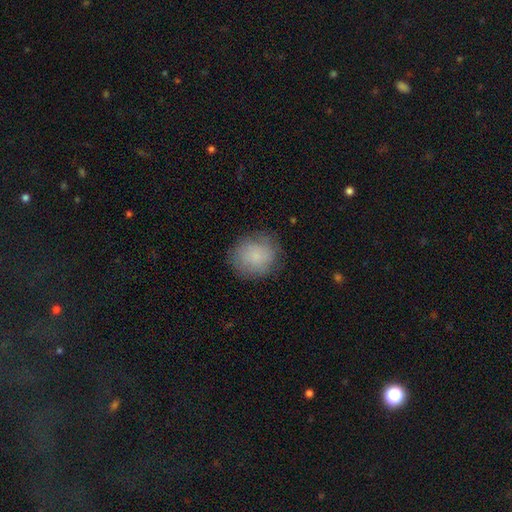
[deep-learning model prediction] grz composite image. It shows a smooth galaxy with no disk features (79%) that is round (82%). Merging: none (79%).